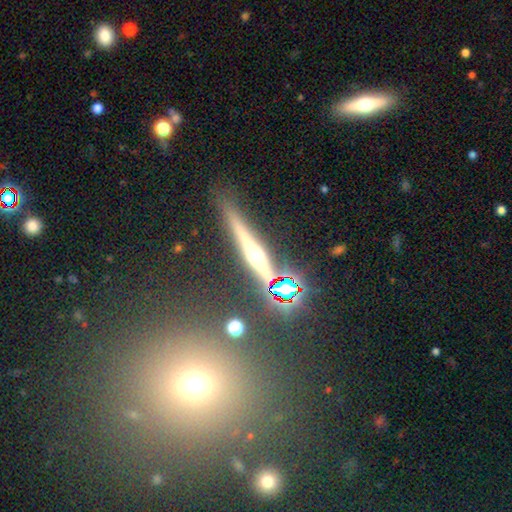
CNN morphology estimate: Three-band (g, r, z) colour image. It shows a featured or disk galaxy (64%) viewed edge-on (95%) with a rounded central bulge (87%). Merging: none (85%).